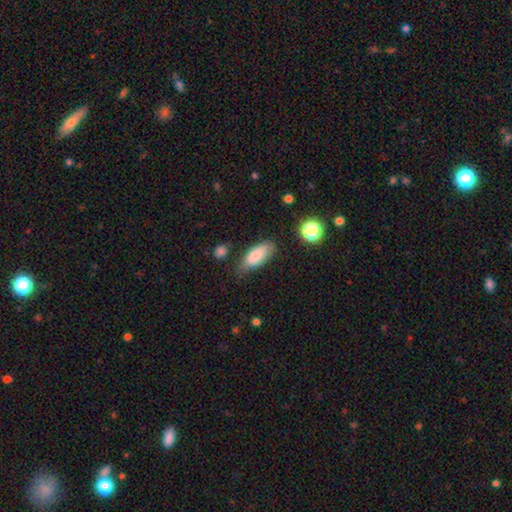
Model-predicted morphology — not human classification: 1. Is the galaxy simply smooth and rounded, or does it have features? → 82% smooth, 10% featured or disk, 8% star or artifact.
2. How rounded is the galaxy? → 83% in between, 15% cigar-shaped, 2% round.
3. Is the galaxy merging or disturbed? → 63% none, 27% minor disturbance, 7% major disturbance, 3% merger.